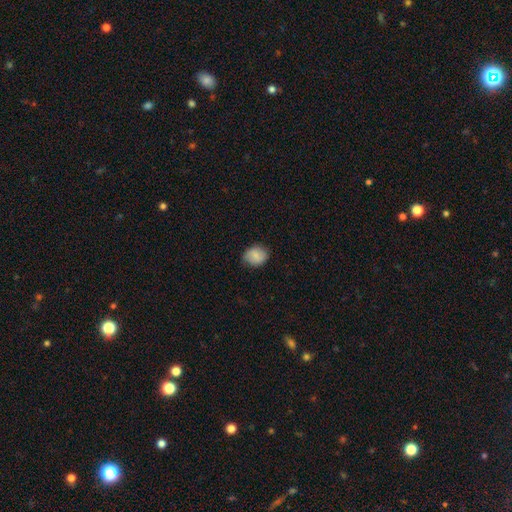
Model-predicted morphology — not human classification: A smooth galaxy with no disk features (82%) that is round (55%).

Vote fractions:
- Smooth or featured? smooth: 82% / featured or disk: 11% / star or artifact: 8%
- How rounded? round: 55% / in between: 44% / cigar-shaped: 1%
- Merging? none: 77% / minor disturbance: 18% / major disturbance: 3% / merger: 1%